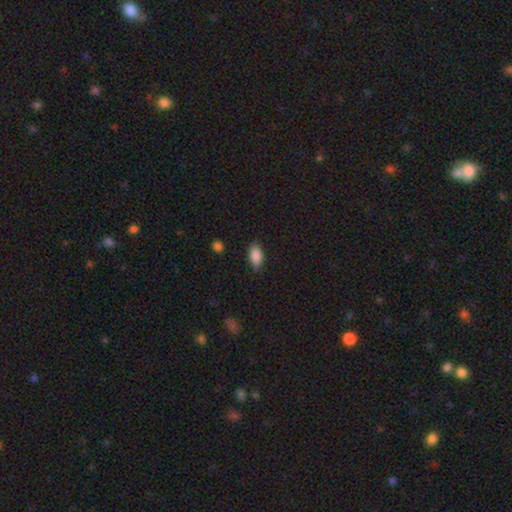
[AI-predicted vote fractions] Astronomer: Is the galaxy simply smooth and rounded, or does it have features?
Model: smooth — 87%.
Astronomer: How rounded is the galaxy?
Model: in between — 91%.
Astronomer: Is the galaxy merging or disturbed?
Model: none — 84%.